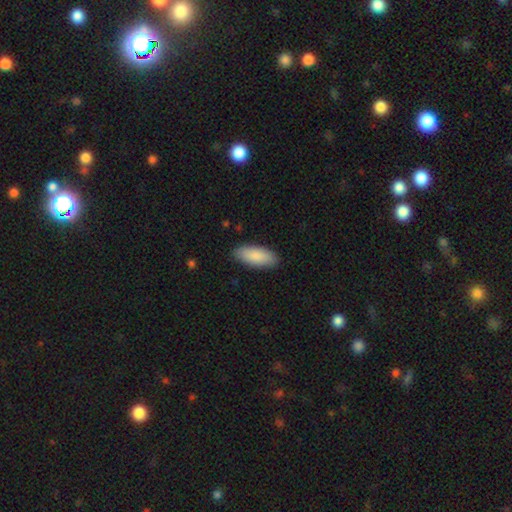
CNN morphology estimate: Smooth or featured?
  - smooth: 87% *
  - featured or disk: 7%
  - star or artifact: 5%
How rounded?
  - in between: 83% *
  - cigar-shaped: 15%
  - round: 2%
Merging?
  - none: 88% *
  - minor disturbance: 9%
  - major disturbance: 2%
  - merger: 1%